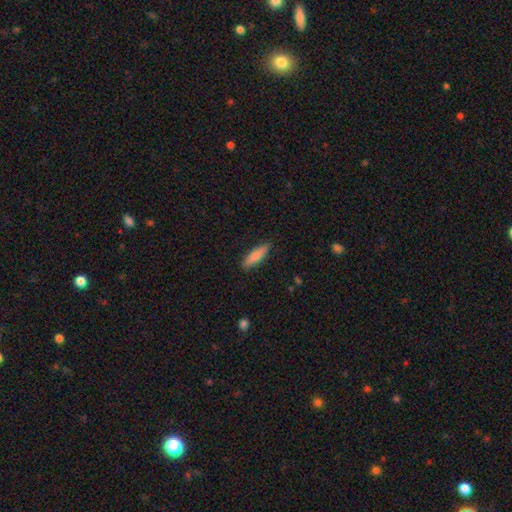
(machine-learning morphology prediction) A smooth galaxy with no disk features (82%) that is cigar-shaped (67%). Merging: none (87%).